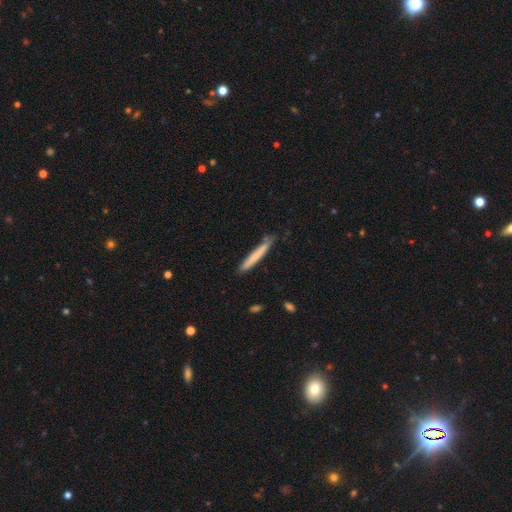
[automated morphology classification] The model was most divided on "smooth or featured": smooth: 72%, featured or disk: 22%, star or artifact: 6%. More confident: how rounded — cigar-shaped (96%); merging — none (80%).